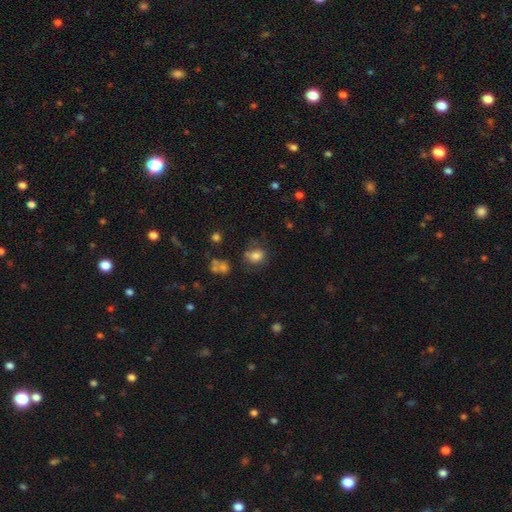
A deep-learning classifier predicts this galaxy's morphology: A smooth galaxy with no disk features (77%) that is in between round and cigar-shaped (50%).

Vote fractions:
- Smooth or featured? smooth: 77% / star or artifact: 12% / featured or disk: 11%
- How rounded? in between: 50% / round: 49% / cigar-shaped: 1%
- Merging? none: 62% / minor disturbance: 21% / major disturbance: 10% / merger: 7%